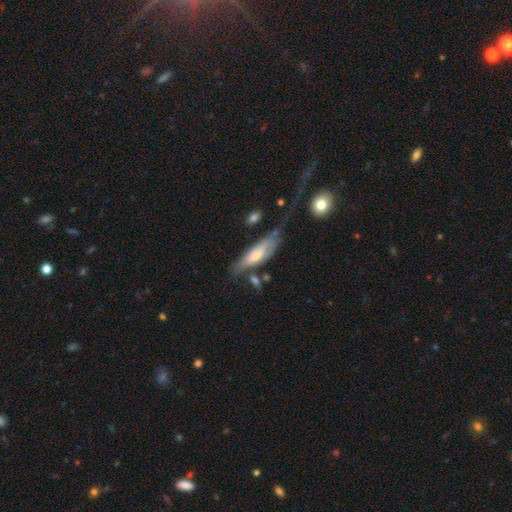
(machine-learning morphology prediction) Smooth or featured? smooth (49%)
Merging? none (38%)